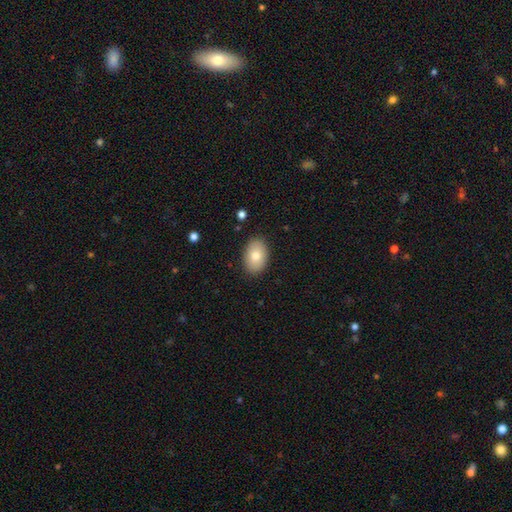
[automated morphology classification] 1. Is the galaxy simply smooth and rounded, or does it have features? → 80% smooth, 13% featured or disk, 7% star or artifact.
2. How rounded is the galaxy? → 87% in between, 12% round, 1% cigar-shaped.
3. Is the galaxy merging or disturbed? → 87% none, 9% minor disturbance, 2% major disturbance, 1% merger.